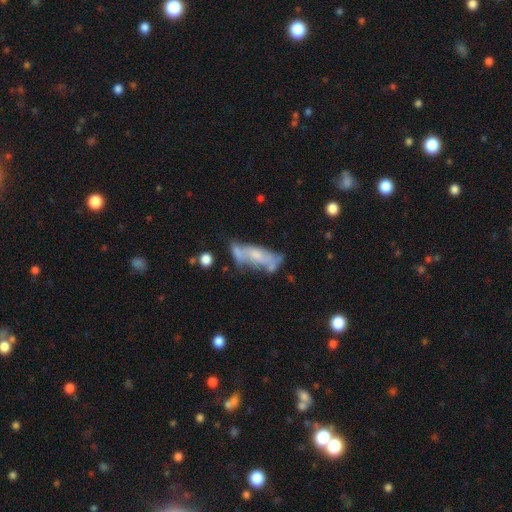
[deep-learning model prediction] smooth_or_featured: featured or disk (p=0.54) [alt: smooth p=0.36]
disk_edge_on: no (p=0.76) [alt: yes p=0.24]
merging: none (p=0.37) [alt: minor disturbance p=0.24]